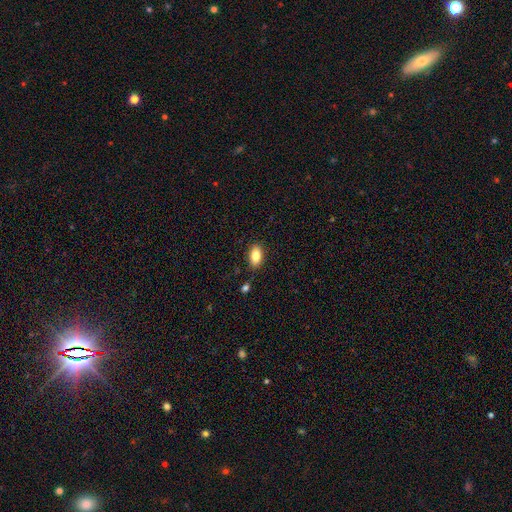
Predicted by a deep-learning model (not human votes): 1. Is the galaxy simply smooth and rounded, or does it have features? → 84% smooth, 8% featured or disk, 8% star or artifact.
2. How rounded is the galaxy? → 91% in between, 7% round, 3% cigar-shaped.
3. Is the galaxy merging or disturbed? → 84% none, 11% minor disturbance, 3% merger, 2% major disturbance.